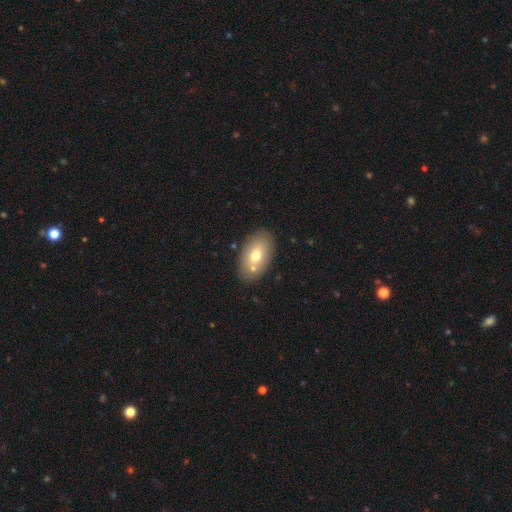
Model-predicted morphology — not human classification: A smooth galaxy with no disk features (69%) that is in between round and cigar-shaped (92%).

Vote fractions:
- Smooth or featured? smooth: 69% / featured or disk: 23% / star or artifact: 8%
- How rounded? in between: 92% / round: 6% / cigar-shaped: 2%
- Merging? none: 77% / minor disturbance: 11% / merger: 9% / major disturbance: 3%